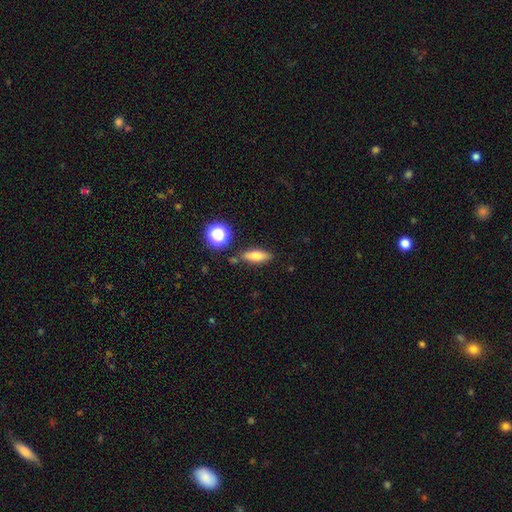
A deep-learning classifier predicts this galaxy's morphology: Smooth or featured? Predicted: smooth (p=0.70). How rounded? Predicted: in between (p=0.56). Merging? Predicted: none (p=0.80).